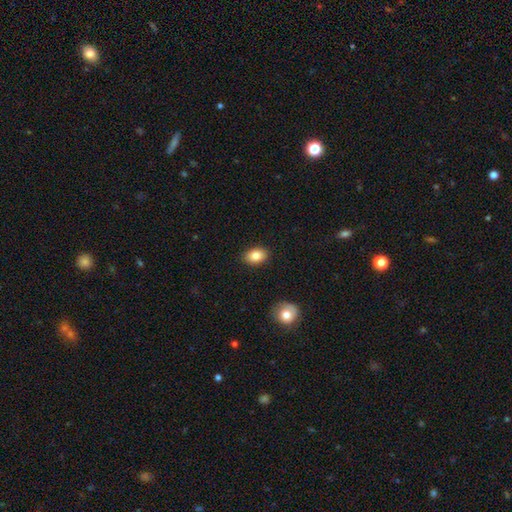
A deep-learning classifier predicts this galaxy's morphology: The model was most divided on "how rounded": in between: 82%, round: 17%, cigar-shaped: 1%. More confident: merging — none (88%); smooth or featured — smooth (84%).